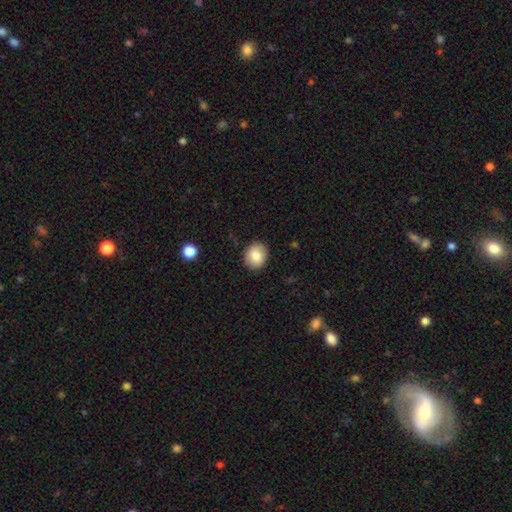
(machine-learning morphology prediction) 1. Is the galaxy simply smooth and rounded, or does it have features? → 84% smooth, 8% star or artifact, 8% featured or disk.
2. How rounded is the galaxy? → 71% round, 28% in between, 1% cigar-shaped.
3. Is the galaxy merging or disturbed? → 89% none, 8% minor disturbance, 2% major disturbance, 1% merger.